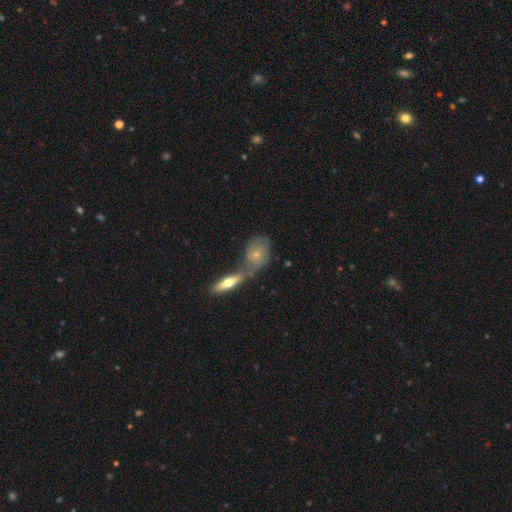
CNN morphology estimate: Overall: smooth (53%; featured or disk 41%). How rounded: in between (73%). Merging: merger (42%; none 39%).